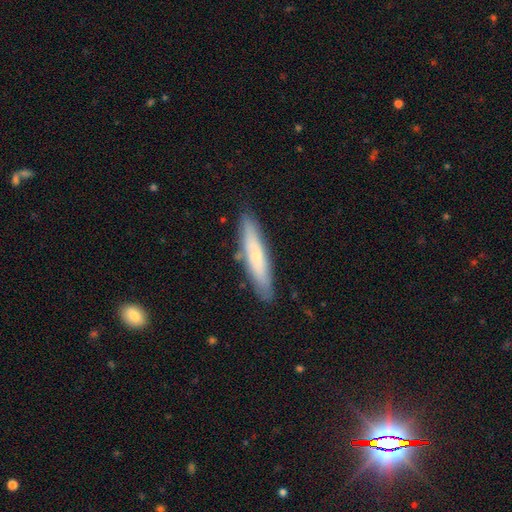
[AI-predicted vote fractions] Smooth or featured? Predicted: smooth (p=0.58). How rounded? Predicted: cigar-shaped (p=0.88). Merging? Predicted: none (p=0.85).